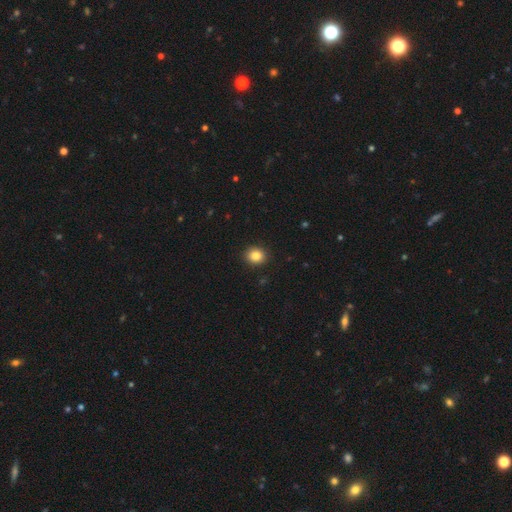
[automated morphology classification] A smooth galaxy with no disk features (85%) that is round (67%). Merging: none (91%).